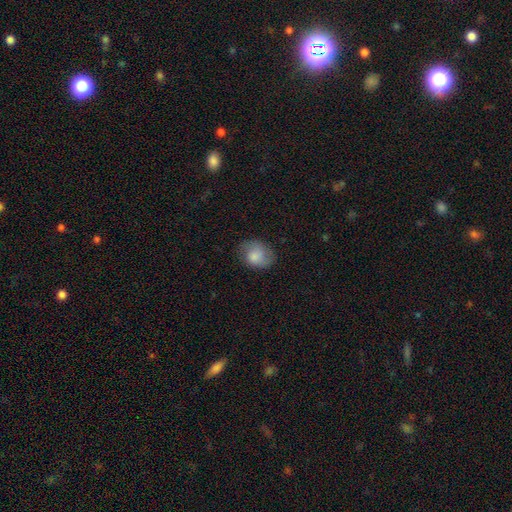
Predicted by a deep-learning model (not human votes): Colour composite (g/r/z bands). It shows a smooth galaxy with no disk features (70%) that is in between round and cigar-shaped (55%). Merging: none (67%).